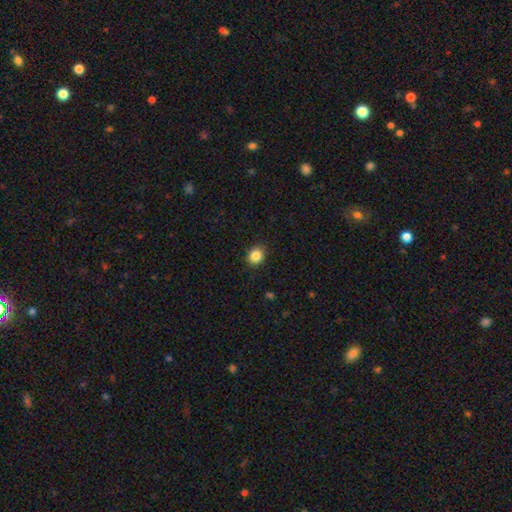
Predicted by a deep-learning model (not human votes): smooth_or_featured: smooth (p=0.86) [alt: star or artifact p=0.10]
how_rounded: round (p=0.67) [alt: in between p=0.32]
merging: none (p=0.89) [alt: minor disturbance p=0.08]